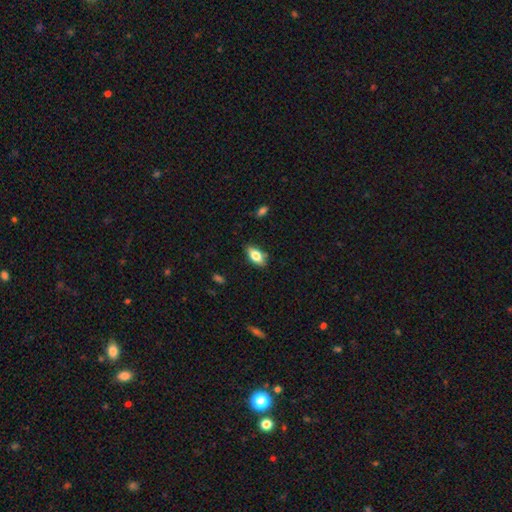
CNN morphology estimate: Smooth or featured: smooth — 73% (featured or disk — 20%)
How rounded: in between — 85% (cigar-shaped — 11%)
Merging: none — 81% (minor disturbance — 14%)